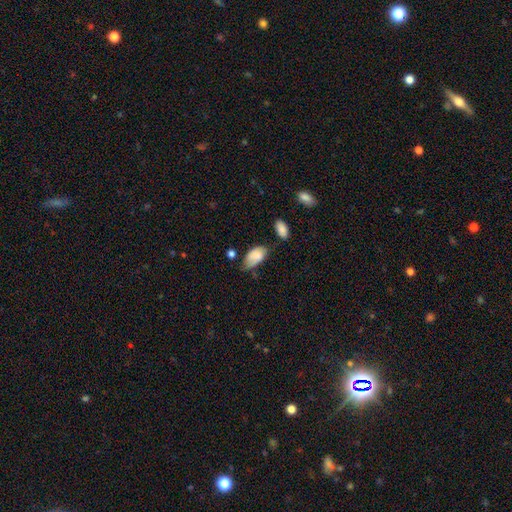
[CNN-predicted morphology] This appears to be a smooth galaxy with no disk features (78%) that is in between round and cigar-shaped (94%). Merging: none (41%).